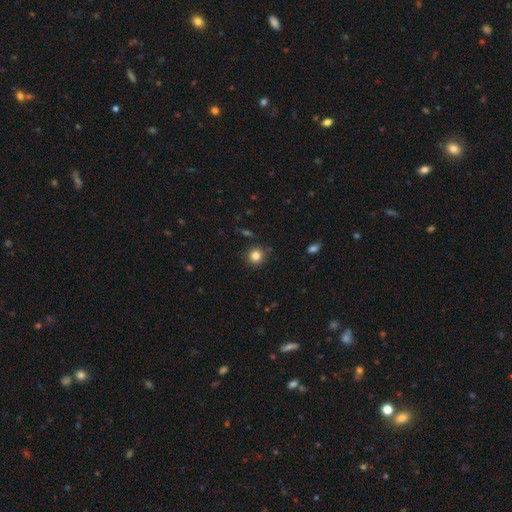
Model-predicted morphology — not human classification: A smooth galaxy with no disk features (82%) that is round (91%).

Vote fractions:
- Smooth or featured? smooth: 82% / star or artifact: 12% / featured or disk: 6%
- How rounded? round: 91% / in between: 8% / cigar-shaped: 1%
- Merging? none: 88% / minor disturbance: 8% / merger: 2% / major disturbance: 2%